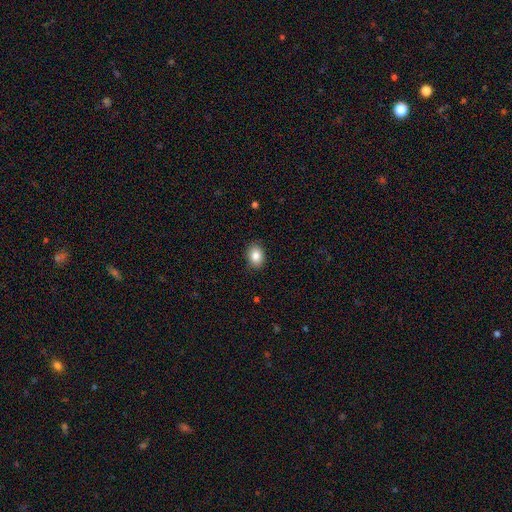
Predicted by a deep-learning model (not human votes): Q: Smooth or featured?
A: smooth (86%); runner-up: star or artifact (8%)
Q: How rounded?
A: in between (67%); runner-up: round (33%)
Q: Merging?
A: none (87%); runner-up: minor disturbance (10%)